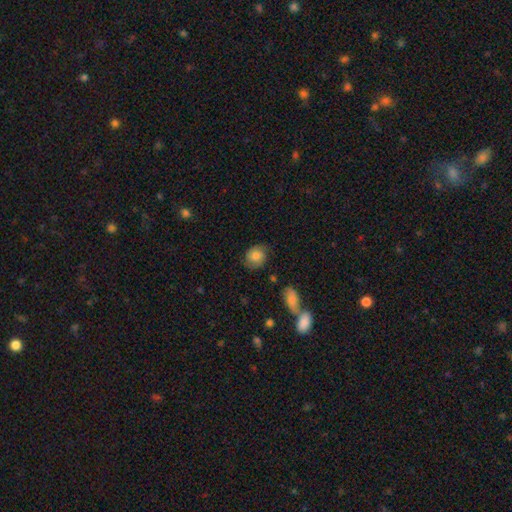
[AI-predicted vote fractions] Smooth or featured: smooth — 71% (featured or disk — 20%)
How rounded: round — 65% (in between — 34%)
Merging: none — 72% (minor disturbance — 20%)